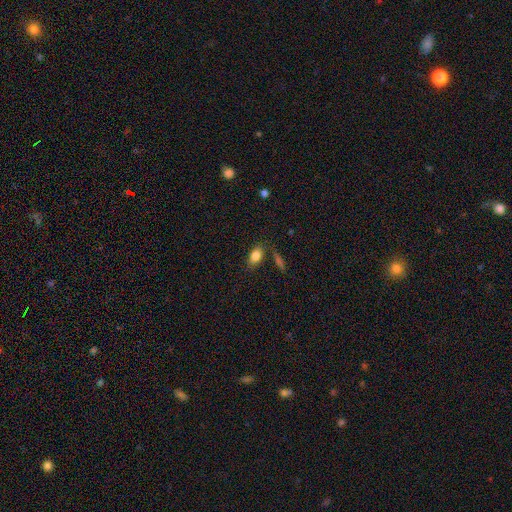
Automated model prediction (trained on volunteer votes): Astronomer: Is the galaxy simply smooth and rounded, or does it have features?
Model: smooth — 84%.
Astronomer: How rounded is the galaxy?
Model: in between — 88%.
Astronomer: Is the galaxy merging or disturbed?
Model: none — 76%.